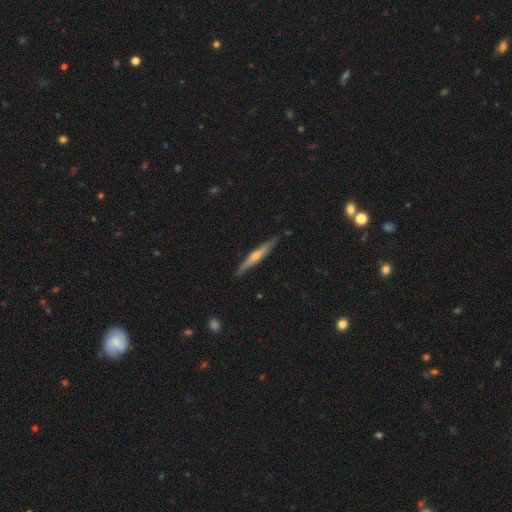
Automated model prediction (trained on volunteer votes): Morphology: type=featured or disk (70%); edge-on=yes (97%); edge-on bulge=rounded (81%); merging=none (88%).